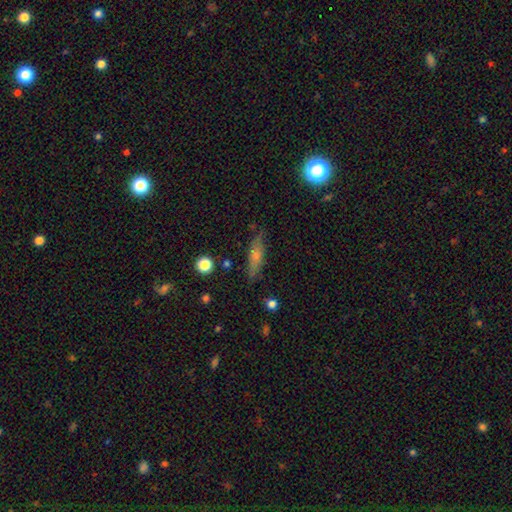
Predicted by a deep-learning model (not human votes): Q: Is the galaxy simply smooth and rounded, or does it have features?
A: smooth — 51%.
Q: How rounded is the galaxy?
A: cigar-shaped — 71%.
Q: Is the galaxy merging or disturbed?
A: none — 83%.